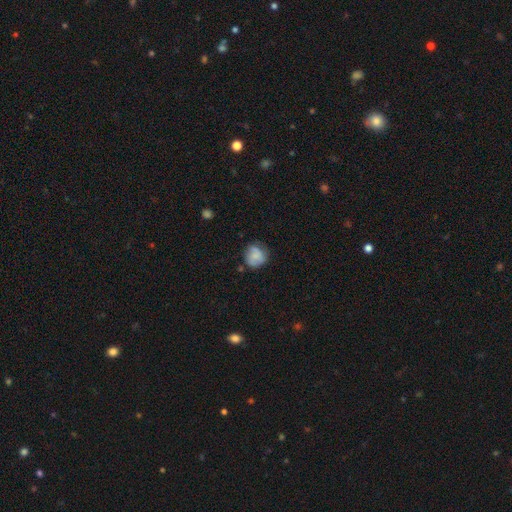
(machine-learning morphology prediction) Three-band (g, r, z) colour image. It shows a smooth galaxy with no disk features (69%) that is round (81%). Merging: none (63%).